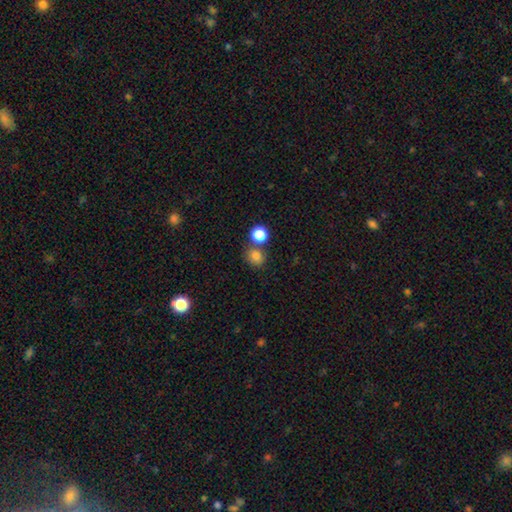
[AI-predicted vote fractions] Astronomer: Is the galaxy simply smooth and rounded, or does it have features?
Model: smooth — 81%.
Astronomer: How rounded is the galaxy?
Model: round — 81%.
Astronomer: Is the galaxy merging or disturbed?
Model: none — 65%.